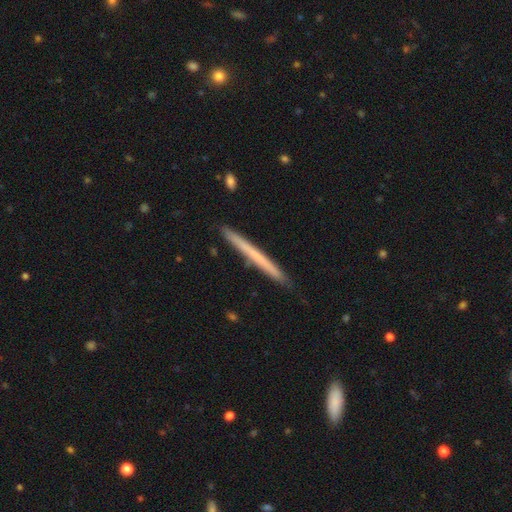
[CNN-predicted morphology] Smooth or featured?
  - smooth: 55% *
  - featured or disk: 40%
  - star or artifact: 5%
How rounded?
  - cigar-shaped: 98% *
  - in between: 1%
  - round: 1%
Merging?
  - none: 91% *
  - minor disturbance: 7%
  - major disturbance: 1%
  - merger: 1%